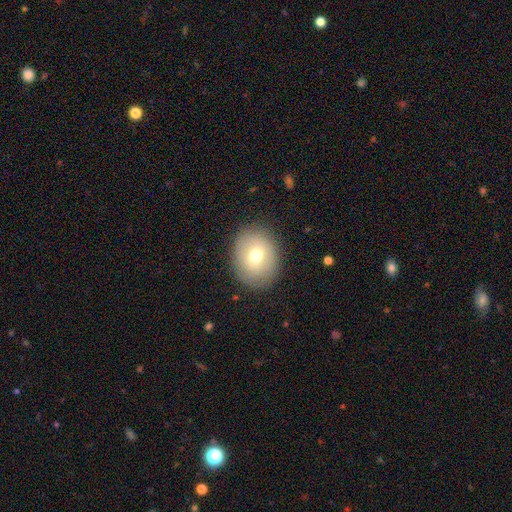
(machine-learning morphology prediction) type=smooth (67%); roundness=round (50%); merging=none (86%).